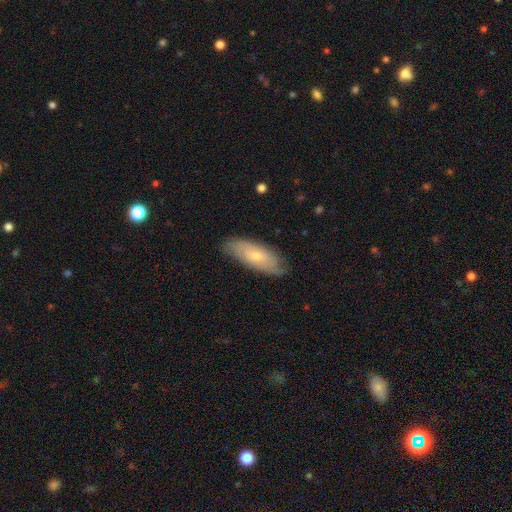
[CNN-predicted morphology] The model was most divided on "smooth or featured": smooth: 52%, featured or disk: 42%, star or artifact: 6%. More confident: merging — none (78%); how rounded — in between (70%).